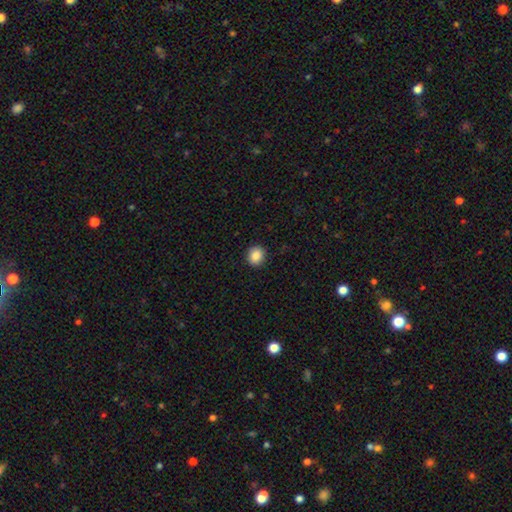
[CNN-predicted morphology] smooth_or_featured: smooth (p=0.87) [alt: star or artifact p=0.09]
how_rounded: round (p=0.74) [alt: in between p=0.25]
merging: none (p=0.91) [alt: minor disturbance p=0.06]